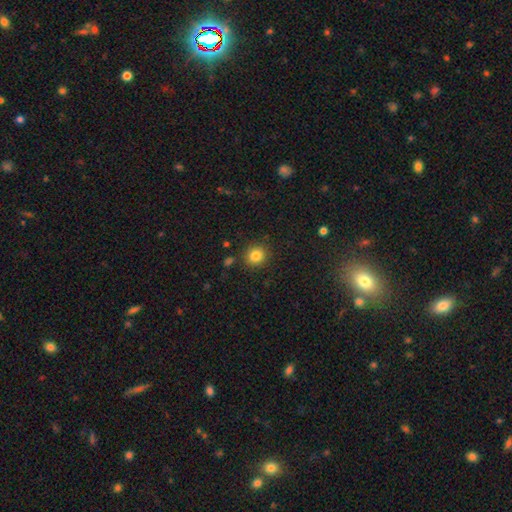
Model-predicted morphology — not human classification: Smooth or featured: smooth — 83% (star or artifact — 12%)
How rounded: round — 87% (in between — 12%)
Merging: none — 86% (minor disturbance — 8%)